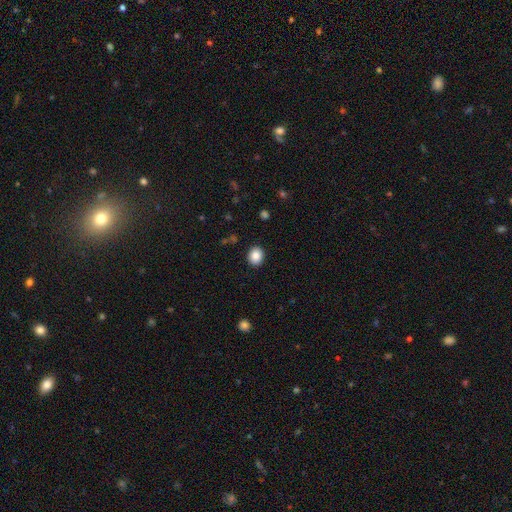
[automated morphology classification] This appears to be a smooth galaxy with no disk features (85%) that is round (72%). Merging: none (91%).